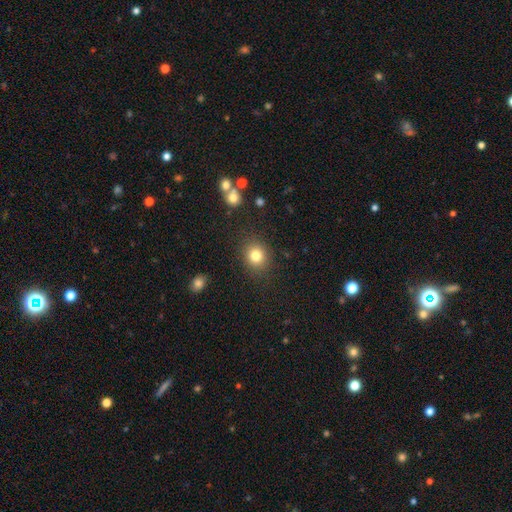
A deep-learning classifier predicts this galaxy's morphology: Smooth or featured? Predicted: smooth (p=0.81). How rounded? Predicted: round (p=0.75). Merging? Predicted: none (p=0.86).